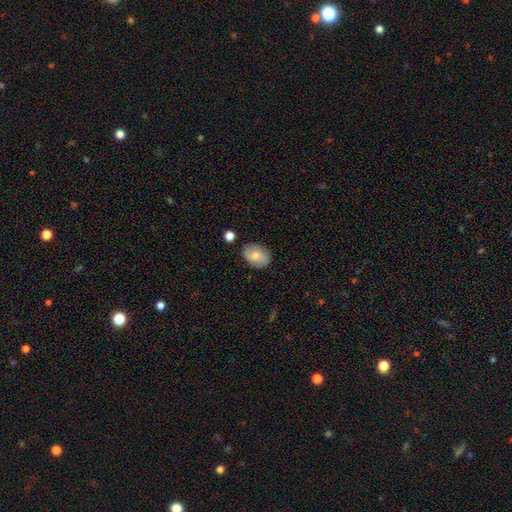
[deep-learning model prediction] This appears to be a smooth galaxy with no disk features (75%) that is in between round and cigar-shaped (79%). Merging: none (83%).